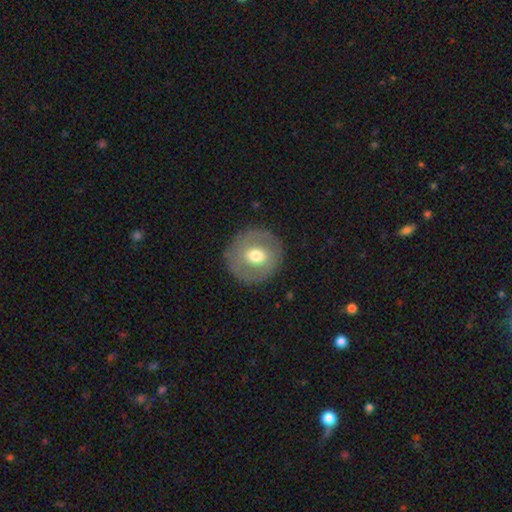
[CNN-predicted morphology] Q: Smooth or featured?
A: smooth (52%); runner-up: featured or disk (41%)
Q: How rounded?
A: round (88%); runner-up: in between (11%)
Q: Merging?
A: none (85%); runner-up: minor disturbance (9%)